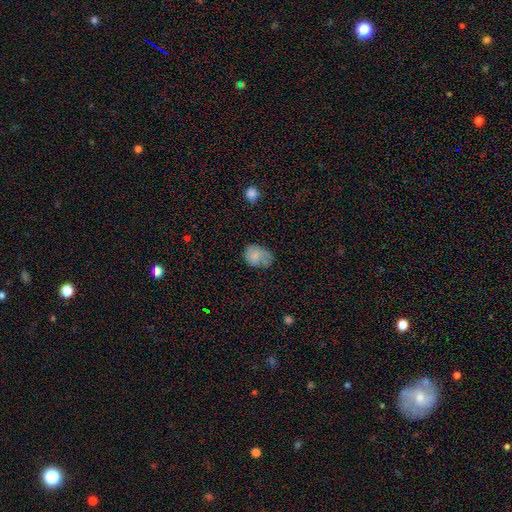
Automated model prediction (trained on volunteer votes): Smooth or featured? smooth (77%)
How rounded? in between (66%)
Merging? none (47%)